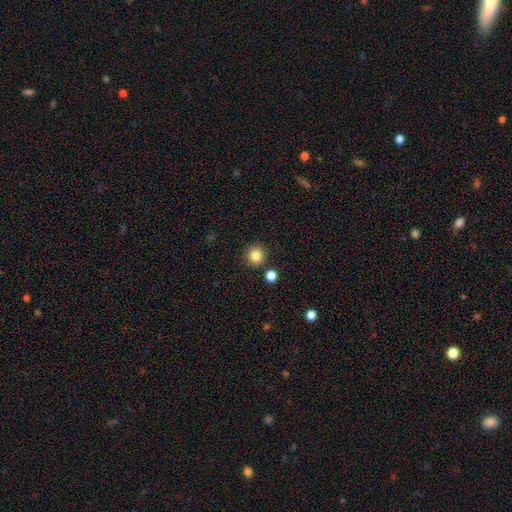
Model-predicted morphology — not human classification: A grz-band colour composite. It shows a smooth galaxy with no disk features (84%) that is round (93%). Merging: none (87%).